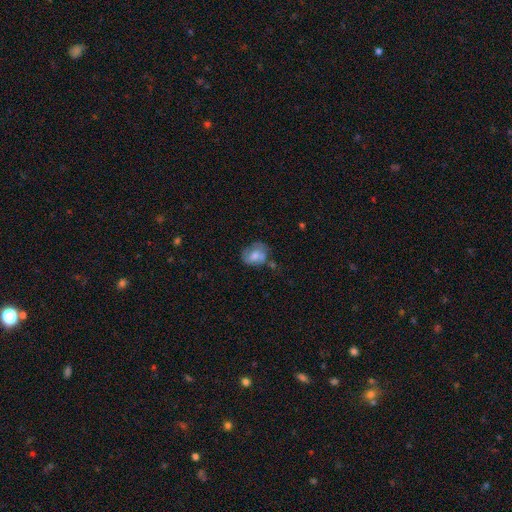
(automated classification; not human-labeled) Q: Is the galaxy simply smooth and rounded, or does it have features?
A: smooth — 57%.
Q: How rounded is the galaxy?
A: in between — 54%.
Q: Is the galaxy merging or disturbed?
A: none — 42%.